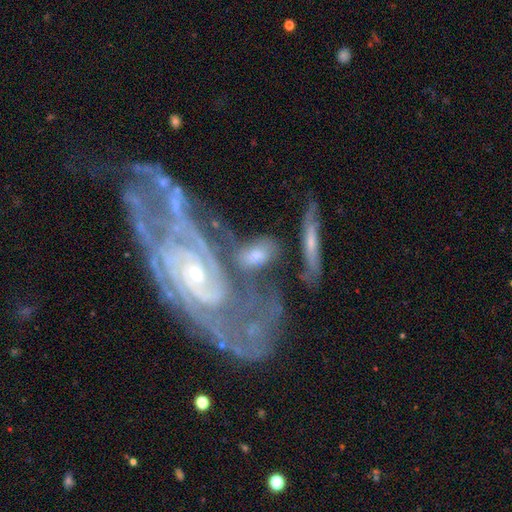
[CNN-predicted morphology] Q: Smooth or featured?
A: smooth (49%); runner-up: featured or disk (42%)
Q: Merging?
A: none (45%); runner-up: merger (22%)